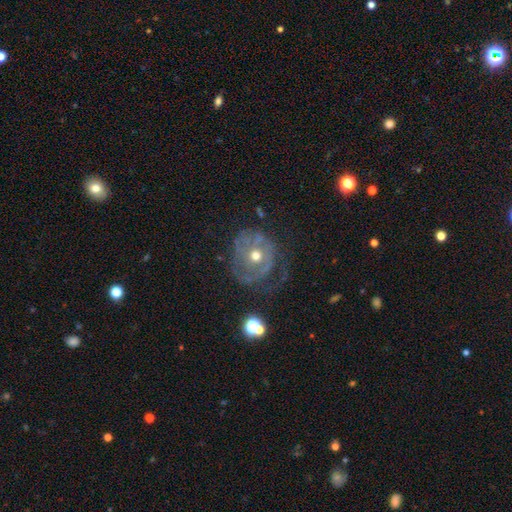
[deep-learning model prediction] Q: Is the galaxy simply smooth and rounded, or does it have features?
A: featured or disk — 68%.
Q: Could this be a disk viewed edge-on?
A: no — 97%.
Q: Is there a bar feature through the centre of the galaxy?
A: no — 84%.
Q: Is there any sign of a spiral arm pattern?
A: yes — 59%.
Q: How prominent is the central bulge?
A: moderate — 69%.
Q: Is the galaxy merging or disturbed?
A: none — 46%.